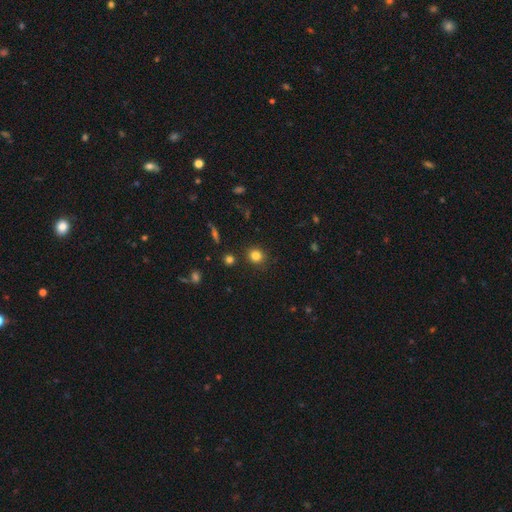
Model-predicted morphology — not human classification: Overall: smooth (82%). How rounded: round (86%). Merging: none (87%).